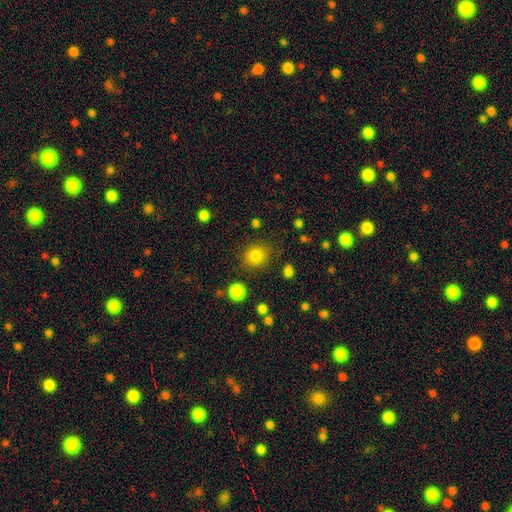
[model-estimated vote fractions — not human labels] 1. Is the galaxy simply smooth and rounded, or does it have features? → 83% smooth, 12% star or artifact, 5% featured or disk.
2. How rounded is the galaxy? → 84% round, 15% in between, 1% cigar-shaped.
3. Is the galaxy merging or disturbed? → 84% none, 10% minor disturbance, 4% major disturbance, 3% merger.